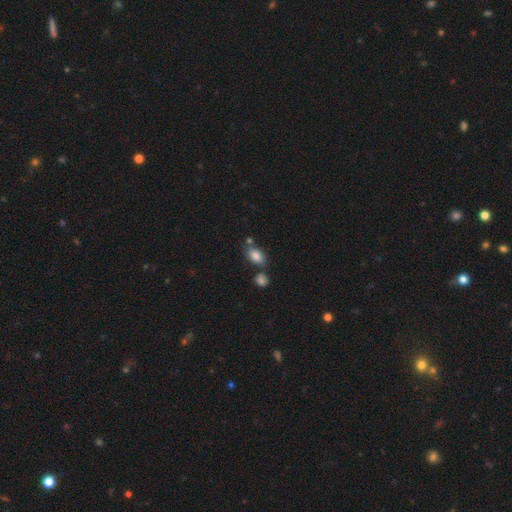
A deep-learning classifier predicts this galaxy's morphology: smooth 85%, star or artifact 8%, featured or disk 7%. Down the decision tree: how rounded — in between (87%); merging — none (64%).